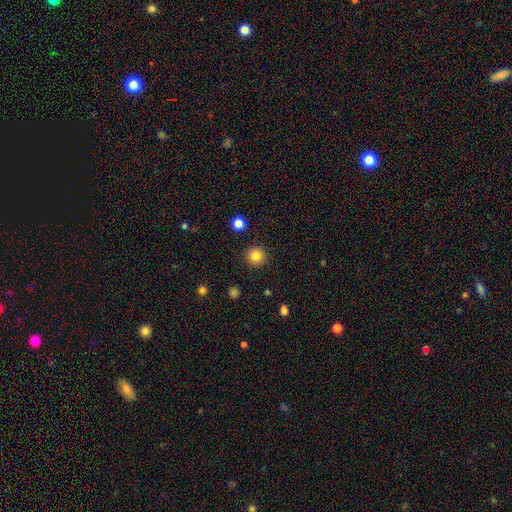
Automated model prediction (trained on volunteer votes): smooth 81%, star or artifact 12%, featured or disk 7%. Down the decision tree: how rounded — round (93%); merging — none (89%).